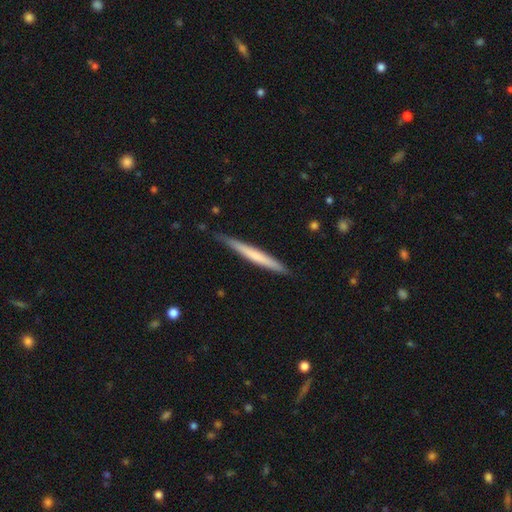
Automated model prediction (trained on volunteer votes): The model was most divided on "smooth or featured": smooth: 55%, featured or disk: 40%, star or artifact: 5%. More confident: how rounded — cigar-shaped (97%); merging — none (85%).